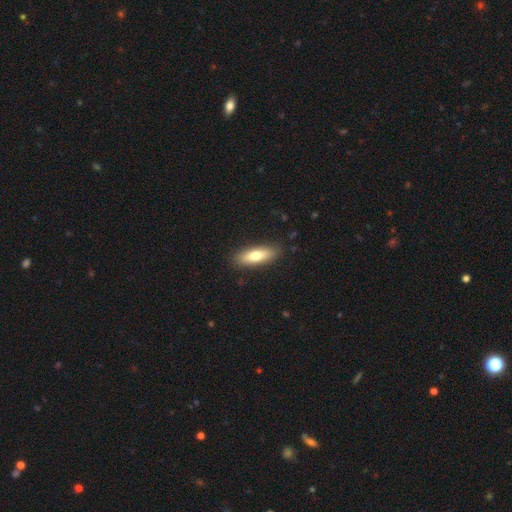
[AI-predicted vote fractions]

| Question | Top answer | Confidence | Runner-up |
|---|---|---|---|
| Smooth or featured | smooth | 73% | featured or disk (21%) |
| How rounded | in between | 55% | cigar-shaped (42%) |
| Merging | none | 87% | minor disturbance (9%) |